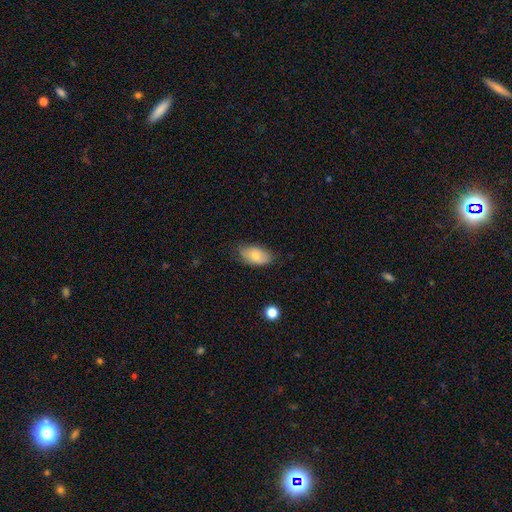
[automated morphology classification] smooth_or_featured: smooth (p=0.77) [alt: featured or disk p=0.16]
how_rounded: in between (p=0.92) [alt: round p=0.05]
merging: none (p=0.68) [alt: minor disturbance p=0.26]